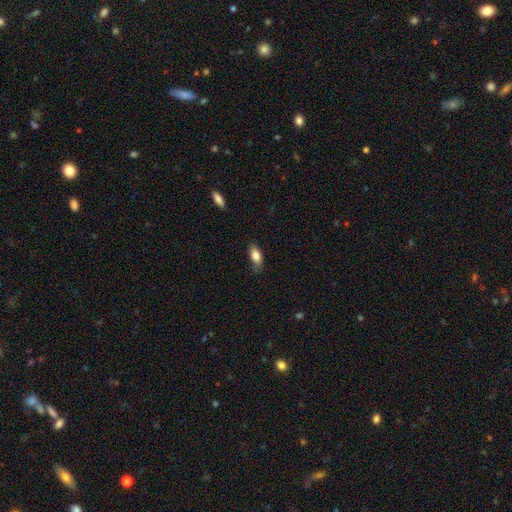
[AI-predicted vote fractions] This is clearly a smooth galaxy (82%). How rounded: clearly in between (86%). Merging: likely none (73%).